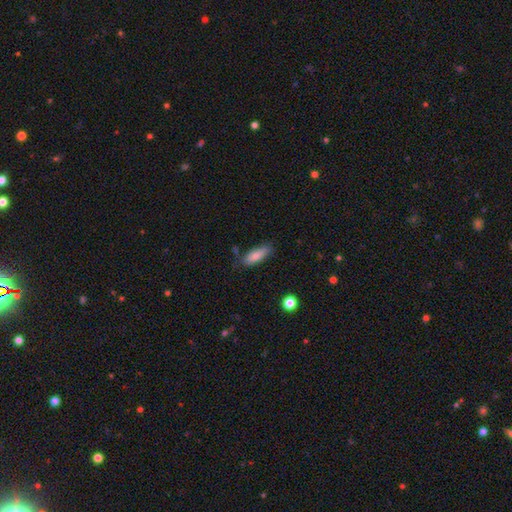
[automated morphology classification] Smooth or featured? Predicted: smooth (p=0.77). How rounded? Predicted: in between (p=0.62). Merging? Predicted: none (p=0.72).